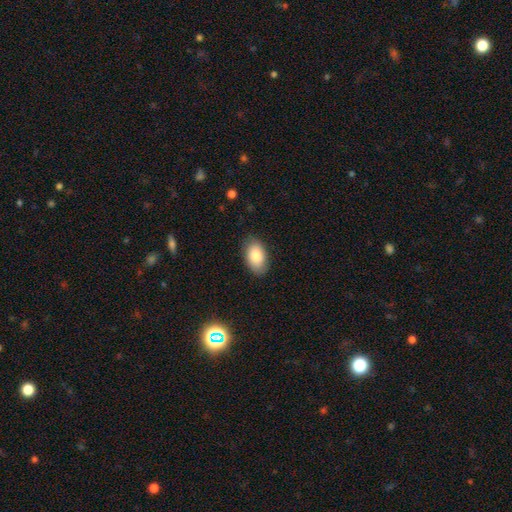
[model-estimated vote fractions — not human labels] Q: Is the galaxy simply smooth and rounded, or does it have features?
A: smooth — 85%.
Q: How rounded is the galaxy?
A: in between — 92%.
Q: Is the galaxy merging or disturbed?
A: none — 84%.